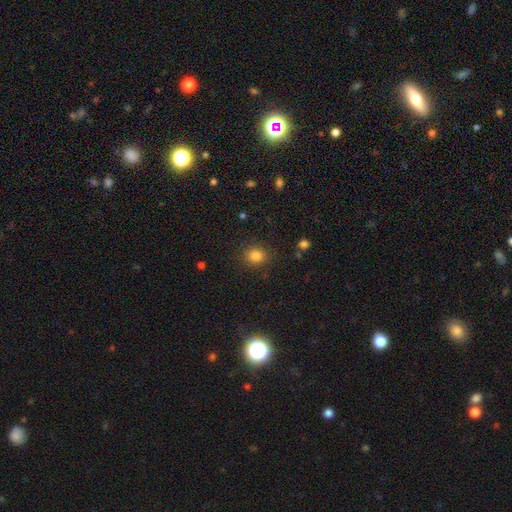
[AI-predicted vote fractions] This appears to be a smooth galaxy with no disk features (82%) that is round (78%). Merging: none (87%).